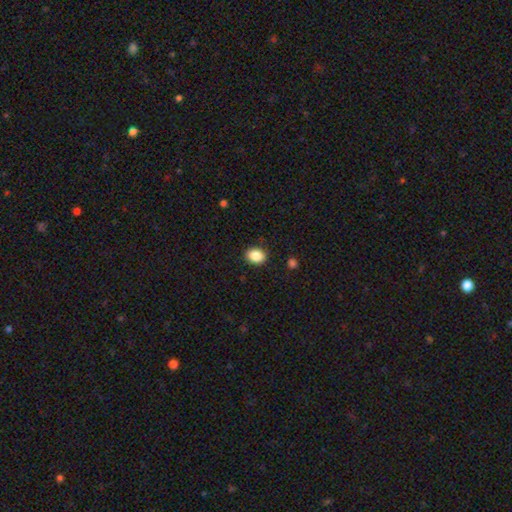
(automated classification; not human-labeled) smooth 88%, star or artifact 9%, featured or disk 3%. Down the decision tree: how rounded — in between (59%); merging — none (88%).